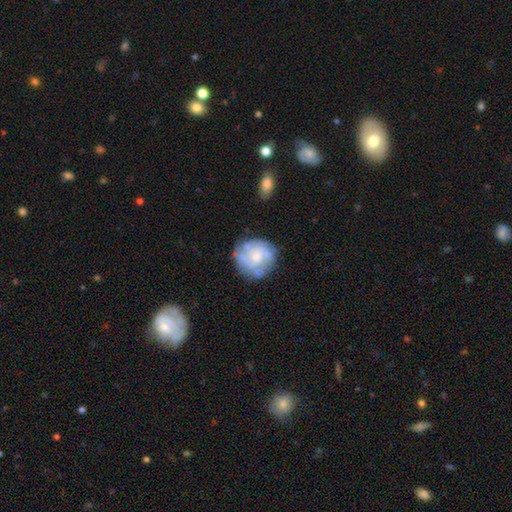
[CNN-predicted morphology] A featured or disk galaxy (68%) with no bar (79%), tight (60%) spiral arms (75%) and a small central bulge (50%).

Vote fractions:
- Smooth or featured? featured or disk: 68% / smooth: 25% / star or artifact: 6%
- Edge-on disk? no: 98% / yes: 2%
- Bar? no: 79% / weak: 18% / strong: 3%
- Spiral arms? yes: 75% / no: 25%
- Spiral winding? tight: 60% / medium: 30% / loose: 11%
- Spiral arm count? can't tell: 46% / 3: 18% / 2: 14% / 4: 11% / 1: 5% / more than 4: 5%
- Bulge size? small: 50% / moderate: 39% / none: 7% / large: 3% / dominant: 1%
- Merging? none: 70% / minor disturbance: 18% / major disturbance: 7% / merger: 4%